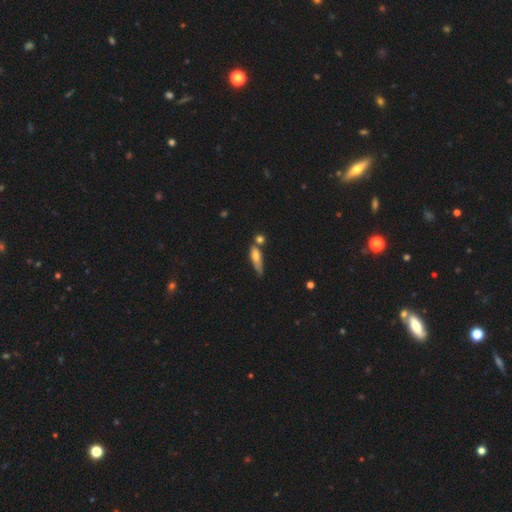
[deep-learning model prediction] smooth_or_featured: smooth (p=0.64) [alt: featured or disk p=0.27]
how_rounded: cigar-shaped (p=0.57) [alt: in between p=0.39]
merging: none (p=0.41) [alt: minor disturbance p=0.26]